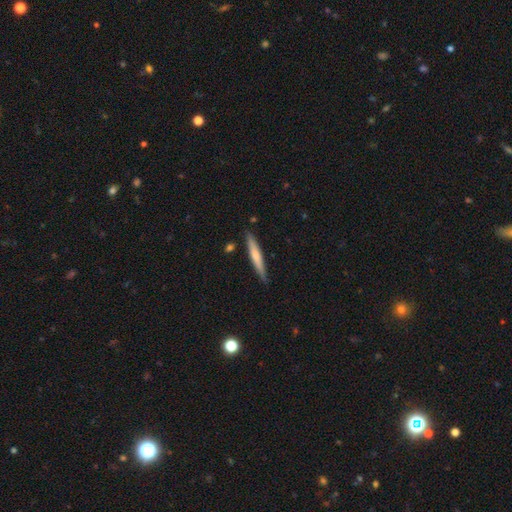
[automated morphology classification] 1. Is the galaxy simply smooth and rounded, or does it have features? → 59% smooth, 36% featured or disk, 5% star or artifact.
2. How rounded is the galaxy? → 95% cigar-shaped, 4% in between, 1% round.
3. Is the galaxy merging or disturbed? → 87% none, 10% minor disturbance, 2% merger, 2% major disturbance.